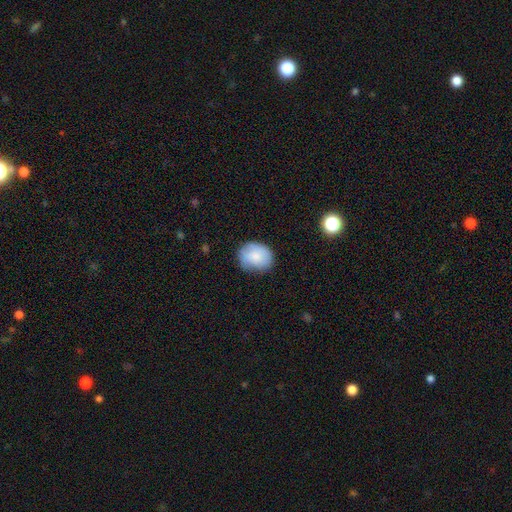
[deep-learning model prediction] The model was most divided on "how rounded": round: 54%, in between: 45%, cigar-shaped: 1%. More confident: smooth or featured — smooth (79%); merging — none (72%).